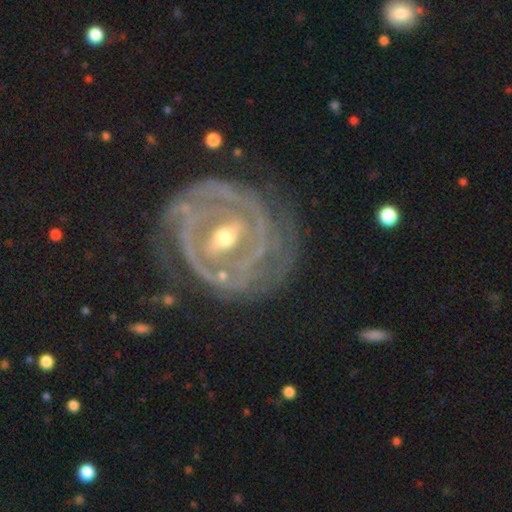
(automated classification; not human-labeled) Overall: featured or disk (88%). Edge-on disk: no (95%). Bar: strong (47%; weak 36%). Spiral arms: yes (92%). Spiral arm count: 2 (32%; can't tell 28%). Spiral winding: tight (75%). Bulge size: moderate (54%; small 42%). Merging: none (75%).